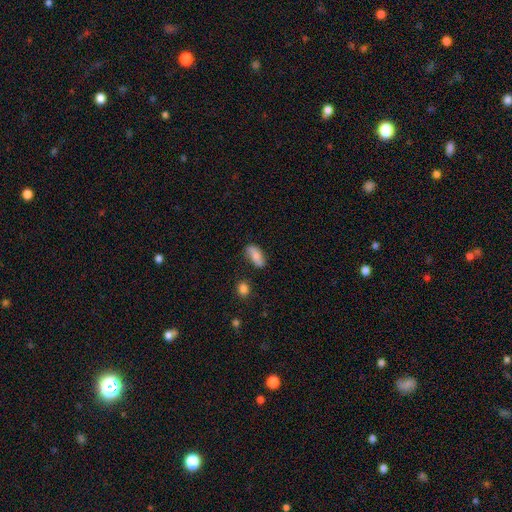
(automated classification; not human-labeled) The model was most divided on "smooth or featured": smooth: 66%, featured or disk: 27%, star or artifact: 8%. More confident: how rounded — in between (82%); merging — none (73%).